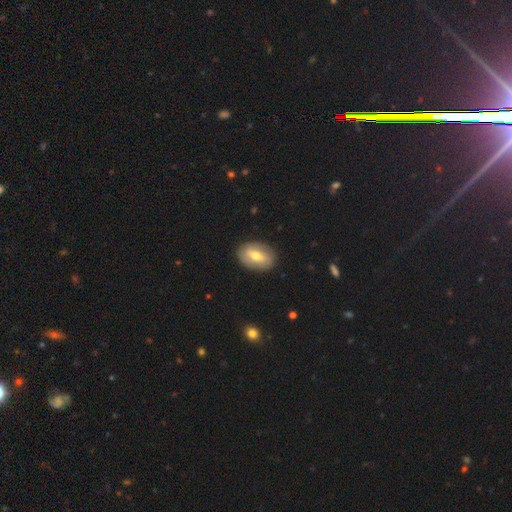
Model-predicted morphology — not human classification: smooth 51%, featured or disk 42%, star or artifact 7%. Down the decision tree: how rounded — in between (84%); merging — none (87%).